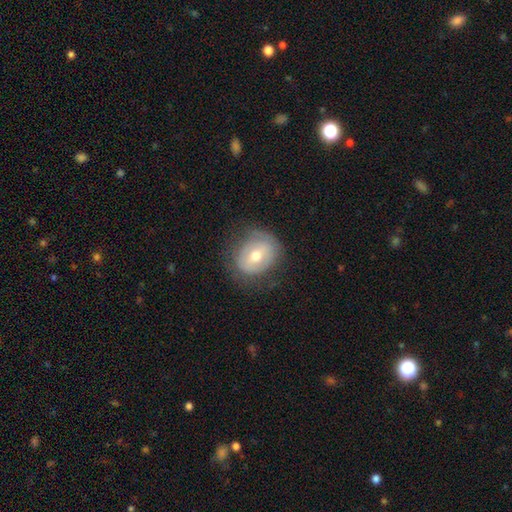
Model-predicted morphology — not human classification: A smooth galaxy with no disk features (48%). Merging: none (70%).